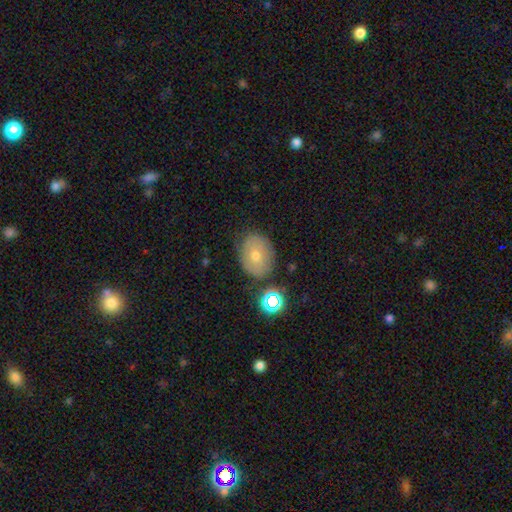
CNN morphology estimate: A smooth galaxy with no disk features (62%) that is in between round and cigar-shaped (53%).

Vote fractions:
- Smooth or featured? smooth: 62% / featured or disk: 25% / star or artifact: 13%
- How rounded? in between: 53% / round: 46% / cigar-shaped: 1%
- Merging? none: 77% / minor disturbance: 14% / merger: 5% / major disturbance: 4%